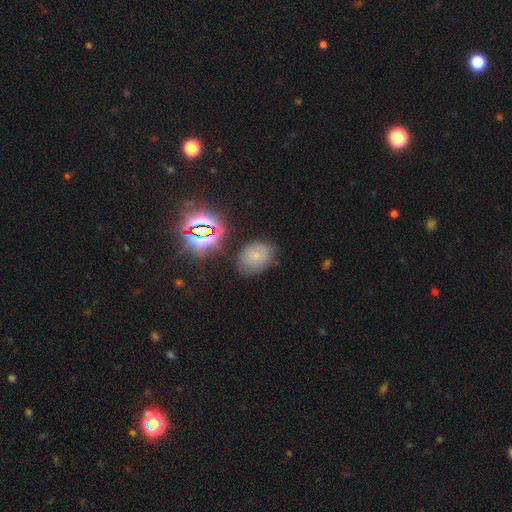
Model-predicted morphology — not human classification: Smooth or featured: smooth — 57% (star or artifact — 23%)
How rounded: in between — 65% (round — 34%)
Merging: none — 75% (minor disturbance — 17%)